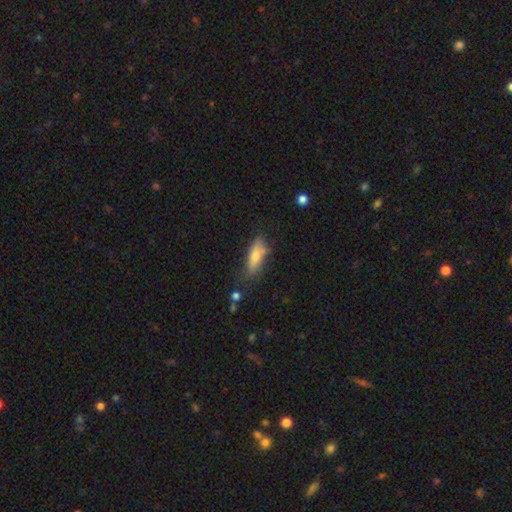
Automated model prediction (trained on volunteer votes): Smooth or featured? Predicted: smooth (p=0.69). How rounded? Predicted: in between (p=0.56). Merging? Predicted: none (p=0.63).